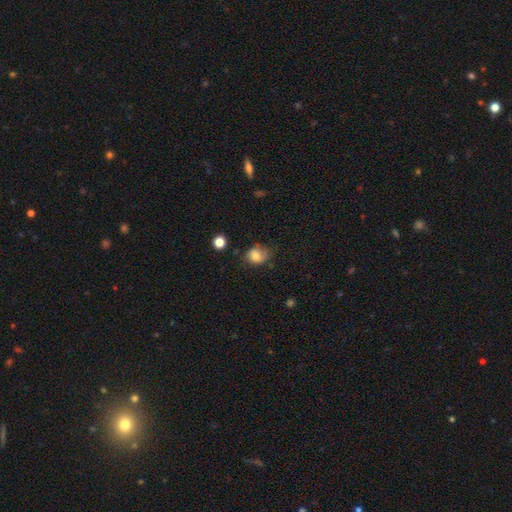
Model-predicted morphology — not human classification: Smooth or featured?
  - smooth: 79% *
  - featured or disk: 12%
  - star or artifact: 10%
How rounded?
  - round: 50% *
  - in between: 49%
  - cigar-shaped: 1%
Merging?
  - none: 55% *
  - minor disturbance: 32%
  - major disturbance: 11%
  - merger: 3%